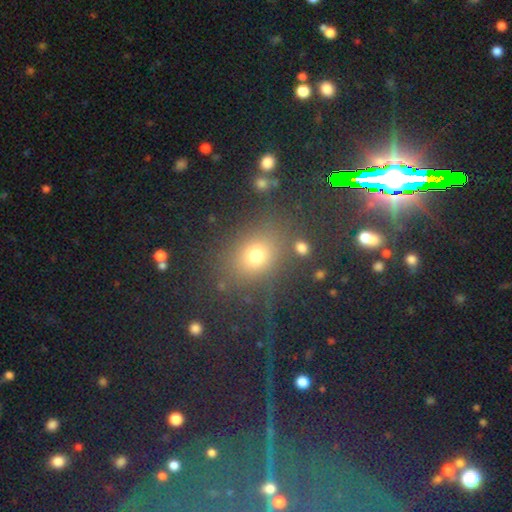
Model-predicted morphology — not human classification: type=smooth (54%); roundness=round (56%); merging=none (81%).